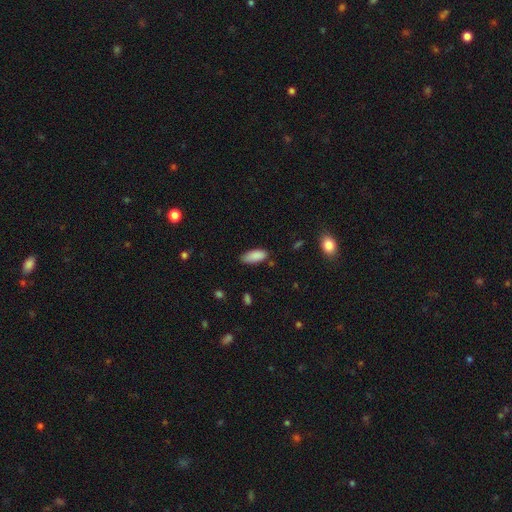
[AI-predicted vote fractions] smooth-or-featured: smooth: 89% | star or artifact: 7% | featured or disk: 5%
  how-rounded: in between: 83% | cigar-shaped: 15% | round: 2%
  merging: none: 78% | minor disturbance: 17% | major disturbance: 3% | merger: 2%